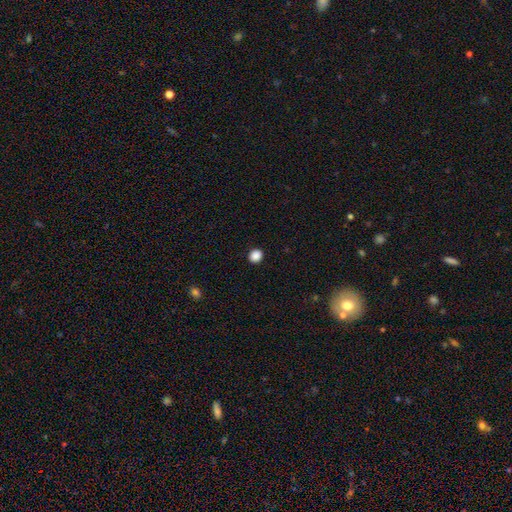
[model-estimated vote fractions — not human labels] This appears to be a smooth galaxy with no disk features (88%) that is round (77%). Merging: none (92%).